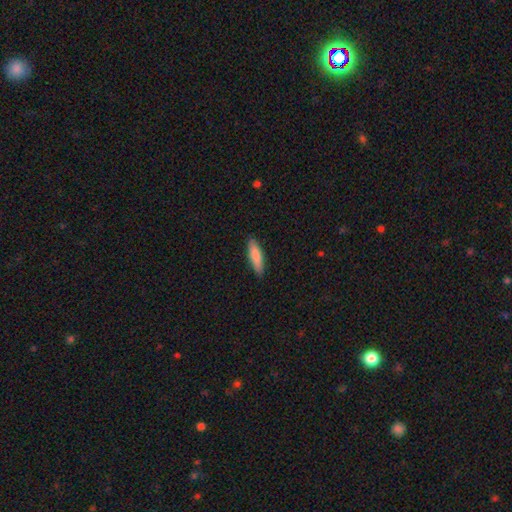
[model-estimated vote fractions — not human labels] The model was most divided on "how rounded": cigar-shaped: 63%, in between: 36%, round: 2%. More confident: merging — none (88%); smooth or featured — smooth (82%).